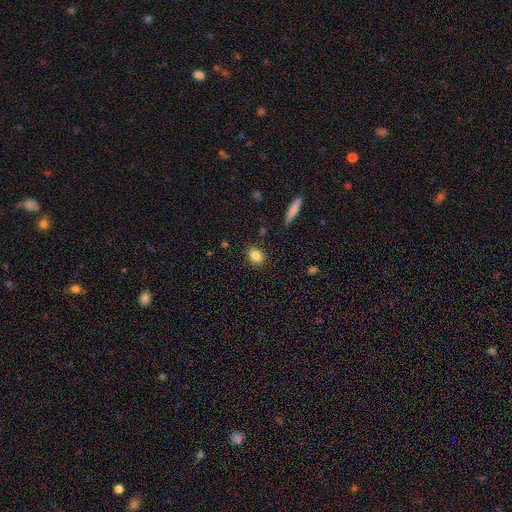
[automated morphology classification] Overall: smooth (85%). How rounded: in between (53%; round 45%). Merging: none (84%).